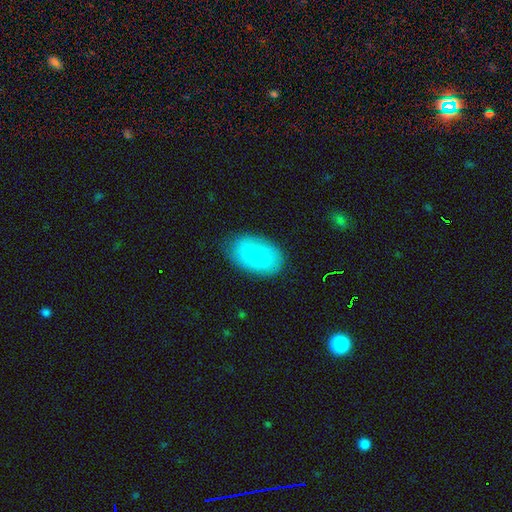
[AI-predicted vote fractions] smooth-or-featured: smooth: 66% | featured or disk: 27% | star or artifact: 7%
  how-rounded: in between: 88% | round: 10% | cigar-shaped: 1%
  merging: none: 81% | minor disturbance: 14% | major disturbance: 4% | merger: 1%